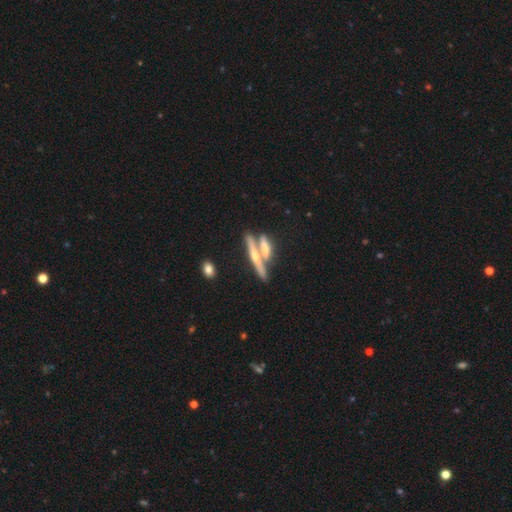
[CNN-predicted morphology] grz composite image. It shows a featured or disk galaxy (61%) viewed edge-on (88%) with a rounded central bulge (72%). Merging: none (48%).